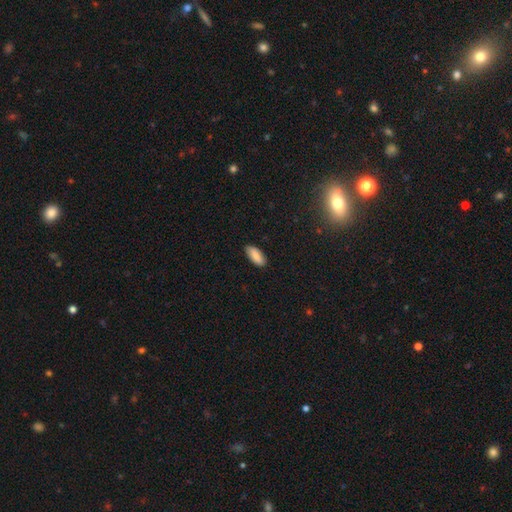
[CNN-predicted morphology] smooth 85%, featured or disk 9%, star or artifact 7%. Down the decision tree: how rounded — in between (84%); merging — none (88%).